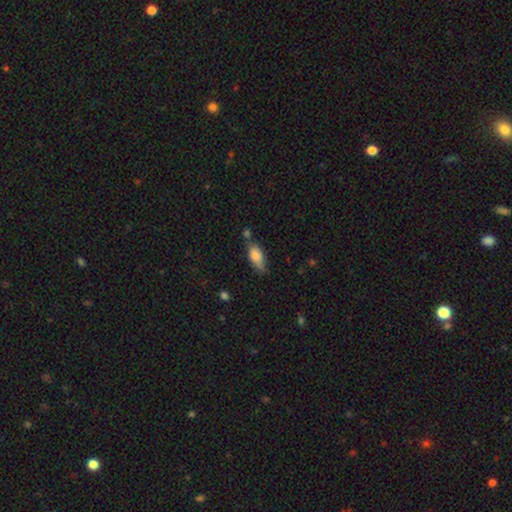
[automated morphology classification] smooth_or_featured: smooth (p=0.80) [alt: featured or disk p=0.13]
how_rounded: in between (p=0.84) [alt: cigar-shaped p=0.12]
merging: none (p=0.49) [alt: minor disturbance p=0.33]